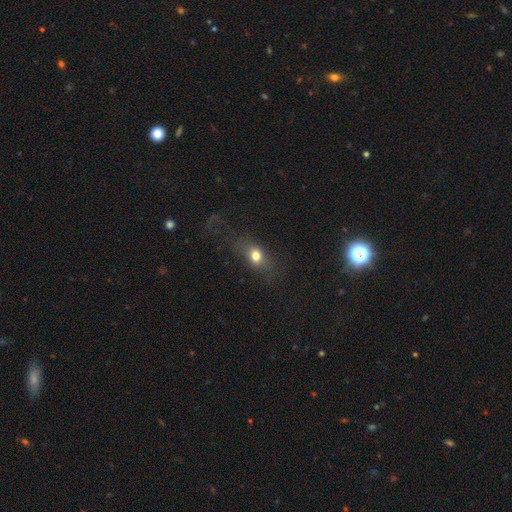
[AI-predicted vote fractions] smooth_or_featured: smooth (p=0.72) [alt: star or artifact p=0.14]
how_rounded: in between (p=0.59) [alt: round p=0.35]
merging: none (p=0.59) [alt: major disturbance p=0.20]